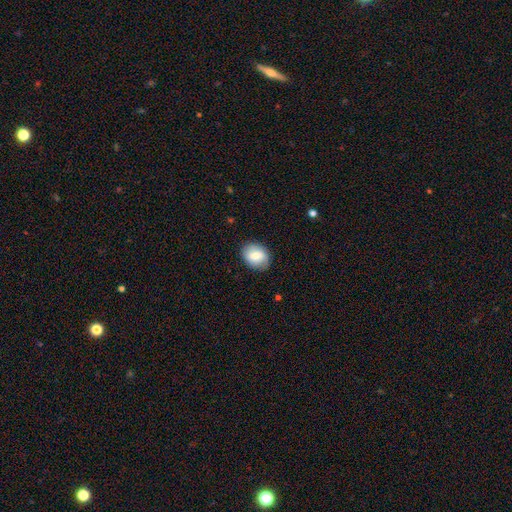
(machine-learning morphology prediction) type=smooth (73%); roundness=in between (66%); merging=none (84%).